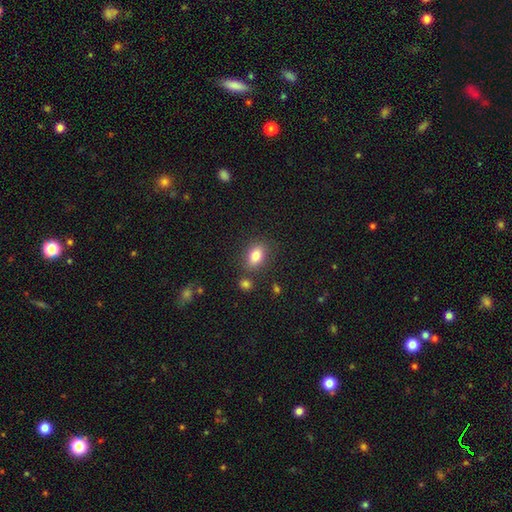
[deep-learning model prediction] smooth-or-featured: smooth: 82% | star or artifact: 9% | featured or disk: 9%
  how-rounded: in between: 80% | round: 18% | cigar-shaped: 2%
  merging: none: 77% | minor disturbance: 12% | merger: 7% | major disturbance: 3%